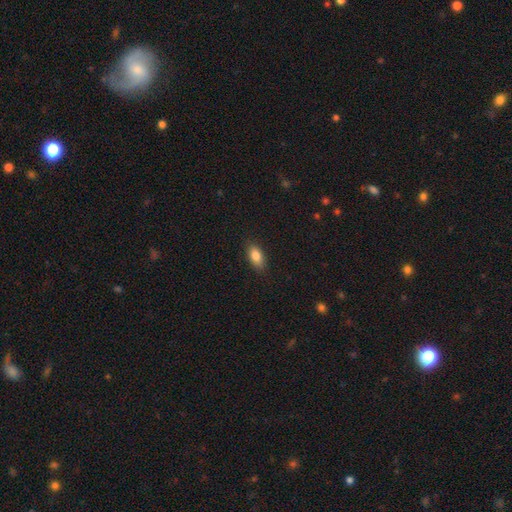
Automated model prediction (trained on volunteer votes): Morphology: type=smooth (85%); roundness=in between (89%); merging=none (86%).